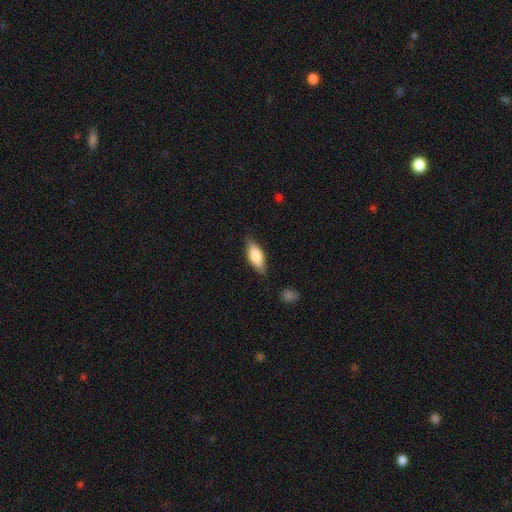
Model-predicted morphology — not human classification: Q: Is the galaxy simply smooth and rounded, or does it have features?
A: smooth — 70%.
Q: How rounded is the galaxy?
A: in between — 70%.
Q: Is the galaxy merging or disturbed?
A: none — 81%.